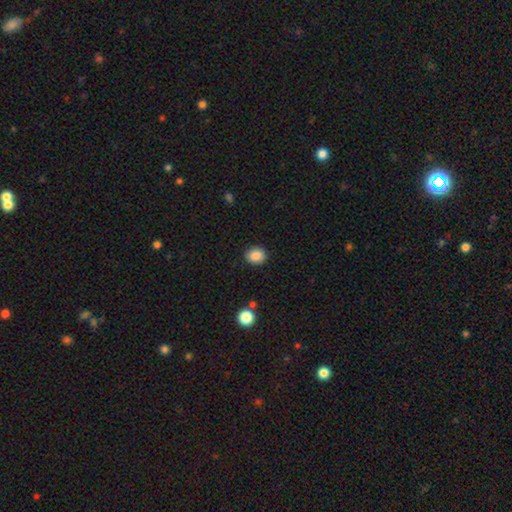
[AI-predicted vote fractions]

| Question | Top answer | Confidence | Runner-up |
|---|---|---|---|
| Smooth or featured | smooth | 87% | star or artifact (9%) |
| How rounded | round | 67% | in between (32%) |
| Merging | none | 89% | minor disturbance (8%) |